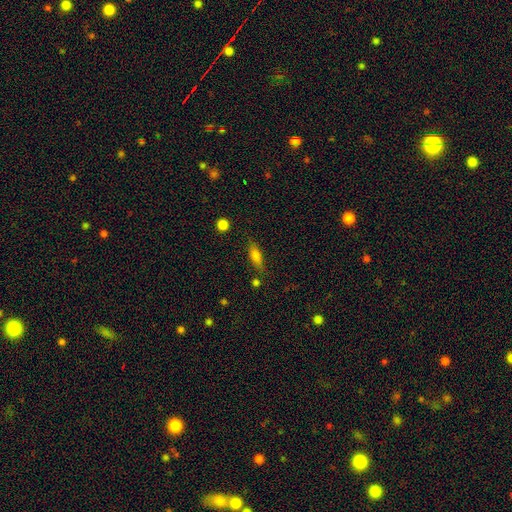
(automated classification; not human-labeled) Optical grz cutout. It shows a smooth galaxy with no disk features (70%) that is in between round and cigar-shaped (57%). Merging: none (76%).